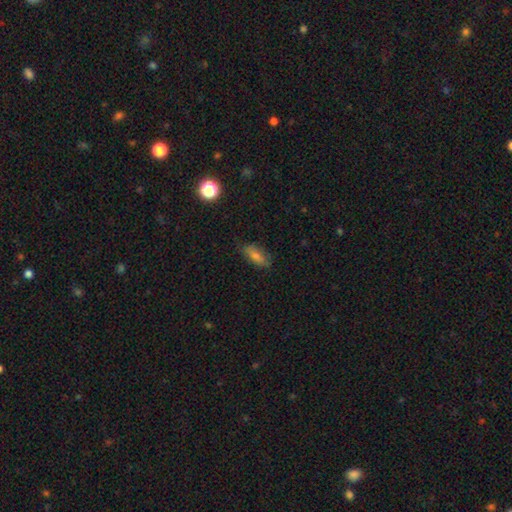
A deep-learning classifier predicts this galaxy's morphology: Smooth or featured? Predicted: smooth (p=0.70). How rounded? Predicted: in between (p=0.69). Merging? Predicted: none (p=0.80).